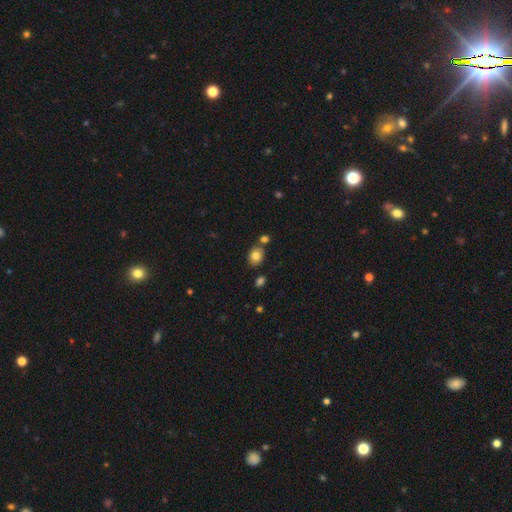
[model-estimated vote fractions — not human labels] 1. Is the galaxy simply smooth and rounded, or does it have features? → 81% smooth, 10% star or artifact, 10% featured or disk.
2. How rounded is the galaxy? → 53% in between, 46% round, 1% cigar-shaped.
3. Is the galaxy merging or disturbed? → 74% none, 13% merger, 11% minor disturbance, 3% major disturbance.